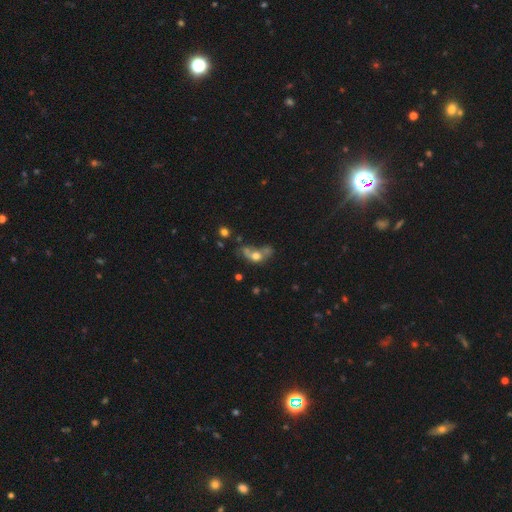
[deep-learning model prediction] Smooth or featured: smooth — 58% (featured or disk — 27%)
How rounded: in between — 56% (round — 38%)
Merging: merger — 37% (major disturbance — 25%)